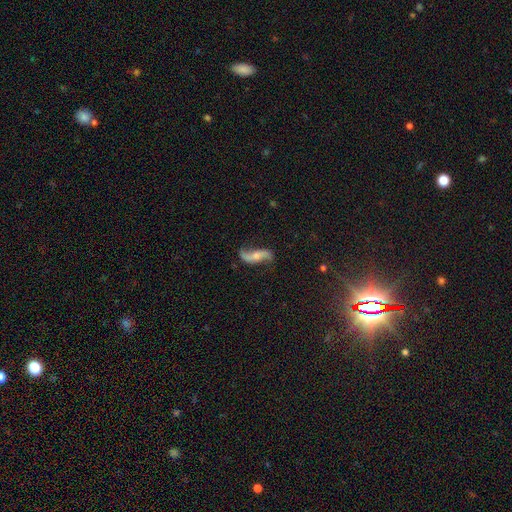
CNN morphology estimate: smooth_or_featured: featured or disk (p=0.77) [alt: smooth p=0.16]
disk_edge_on: no (p=0.90) [alt: yes p=0.10]
bar: no (p=0.54) [alt: weak p=0.27]
has_spiral_arms: yes (p=0.93) [alt: no p=0.07]
spiral_winding: loose (p=0.90) [alt: medium p=0.07]
spiral_arm_count: 2 (p=0.93) [alt: 1 p=0.02]
bulge_size: small (p=0.49) [alt: moderate p=0.38]
merging: none (p=0.73) [alt: minor disturbance p=0.17]